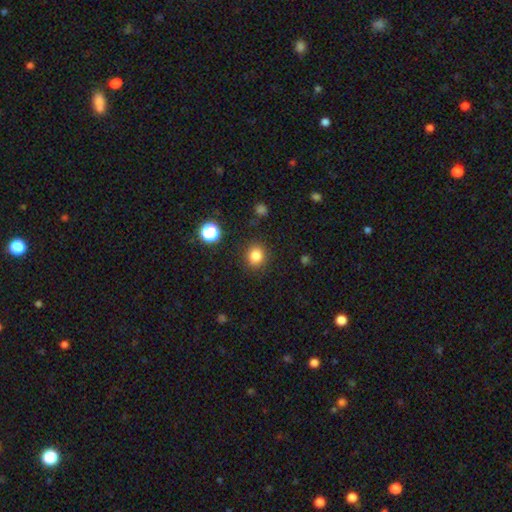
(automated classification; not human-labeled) Smooth or featured? smooth (82%)
How rounded? round (83%)
Merging? none (87%)